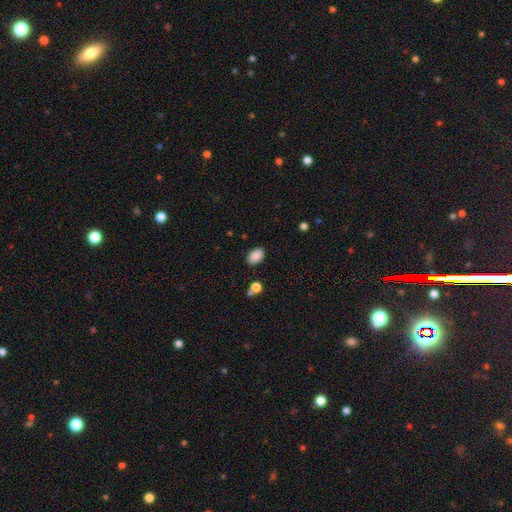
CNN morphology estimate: Smooth or featured?
  - smooth: 88% *
  - star or artifact: 8%
  - featured or disk: 4%
How rounded?
  - in between: 88% *
  - round: 10%
  - cigar-shaped: 1%
Merging?
  - none: 86% *
  - minor disturbance: 9%
  - major disturbance: 2%
  - merger: 2%